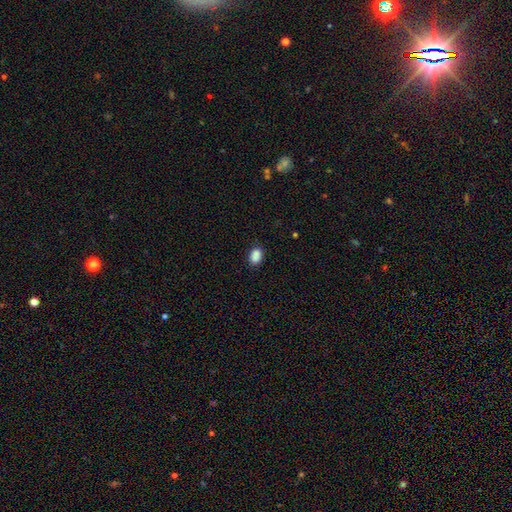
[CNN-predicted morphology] Smooth or featured? Predicted: smooth (p=0.87). How rounded? Predicted: in between (p=0.80). Merging? Predicted: none (p=0.80).